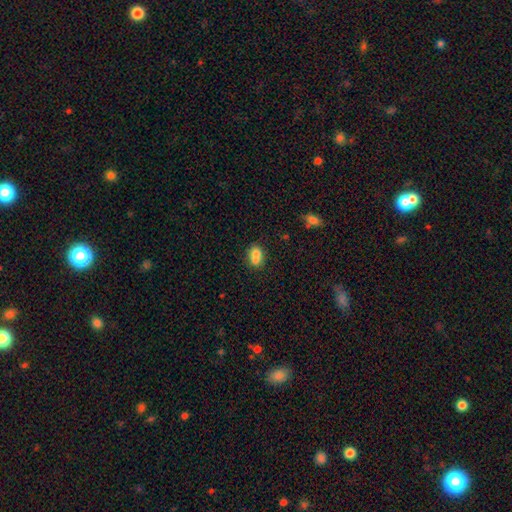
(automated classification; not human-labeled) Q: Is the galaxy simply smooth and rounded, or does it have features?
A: smooth — 78%.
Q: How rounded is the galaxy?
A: in between — 72%.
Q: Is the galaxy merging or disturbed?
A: none — 49%.